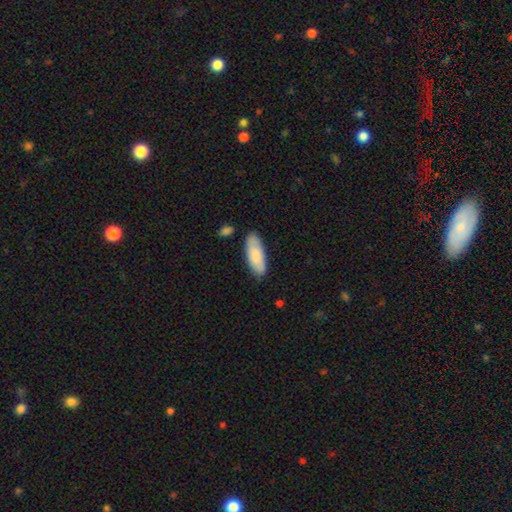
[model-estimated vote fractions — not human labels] smooth 84%, featured or disk 11%, star or artifact 5%. Down the decision tree: how rounded — in between (76%); merging — none (80%).